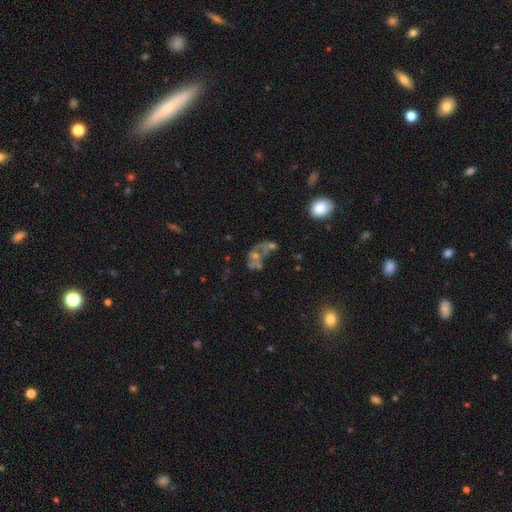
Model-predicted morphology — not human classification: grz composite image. It shows a featured or disk galaxy (47%). Merging: merger (34%).